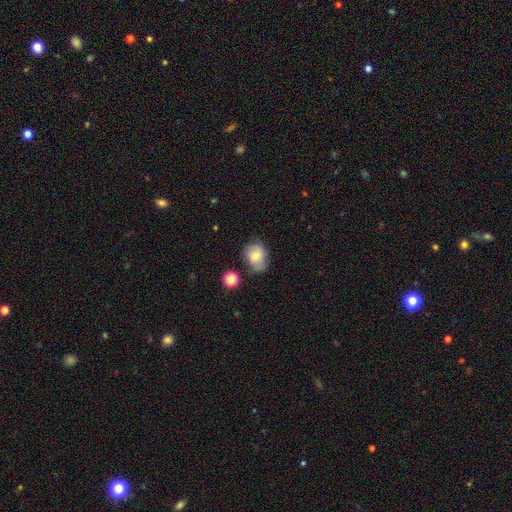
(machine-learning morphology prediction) A smooth galaxy with no disk features (66%) that is in between round and cigar-shaped (55%). Merging: none (63%).